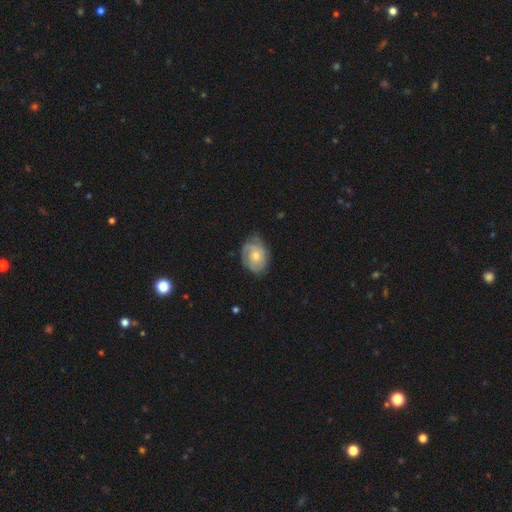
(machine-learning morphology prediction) Smooth or featured?
  - featured or disk: 63% *
  - smooth: 31%
  - star or artifact: 6%
Edge-on disk?
  - no: 97% *
  - yes: 3%
Bar?
  - no: 79% *
  - weak: 19%
  - strong: 2%
Spiral arms?
  - yes: 86% *
  - no: 14%
Spiral winding?
  - tight: 58% *
  - medium: 31%
  - loose: 11%
Spiral arm count?
  - can't tell: 34% *
  - 2: 32%
  - 3: 17%
  - 1: 11%
  - 4: 4%
  - more than 4: 3%
Bulge size?
  - moderate: 52% *
  - small: 41%
  - large: 3%
  - none: 2%
  - dominant: 1%
Merging?
  - none: 67% *
  - minor disturbance: 24%
  - major disturbance: 7%
  - merger: 1%